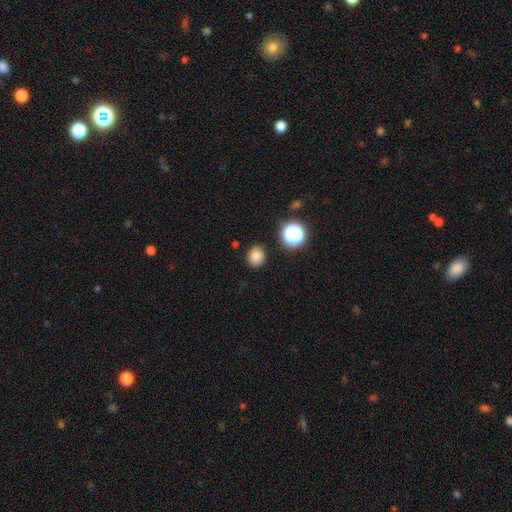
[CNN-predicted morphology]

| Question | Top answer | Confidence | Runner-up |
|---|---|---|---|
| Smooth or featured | smooth | 81% | star or artifact (13%) |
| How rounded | round | 70% | in between (29%) |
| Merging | none | 86% | minor disturbance (9%) |